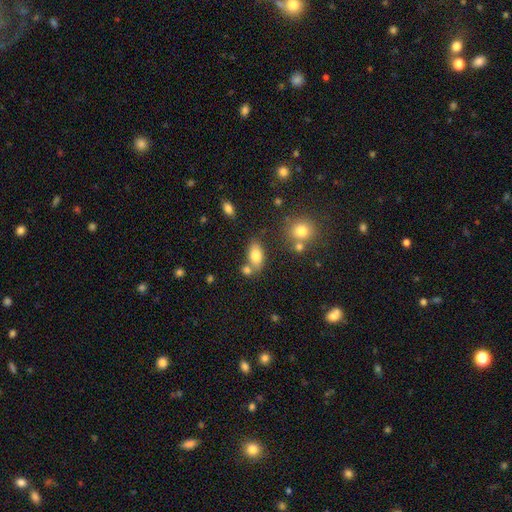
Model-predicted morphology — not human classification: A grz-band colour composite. It shows a smooth galaxy with no disk features (78%) that is in between round and cigar-shaped (88%). Merging: none (59%).